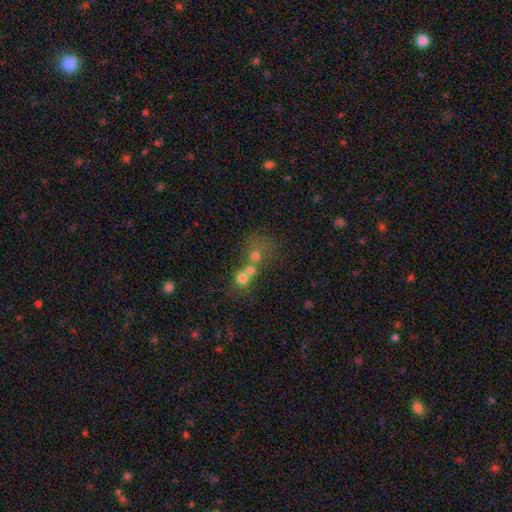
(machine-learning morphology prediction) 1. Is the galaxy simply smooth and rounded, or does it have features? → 61% smooth, 21% featured or disk, 18% star or artifact.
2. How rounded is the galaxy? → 77% round, 21% in between, 2% cigar-shaped.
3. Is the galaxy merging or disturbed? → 57% merger, 31% none, 6% minor disturbance, 6% major disturbance.